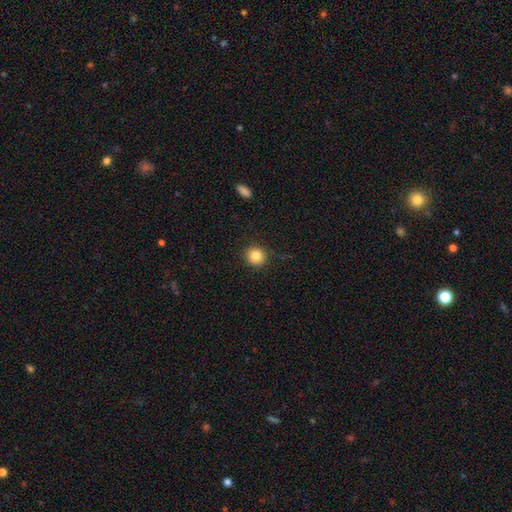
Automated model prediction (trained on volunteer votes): A smooth galaxy with no disk features (85%) that is round (92%). Merging: none (90%).